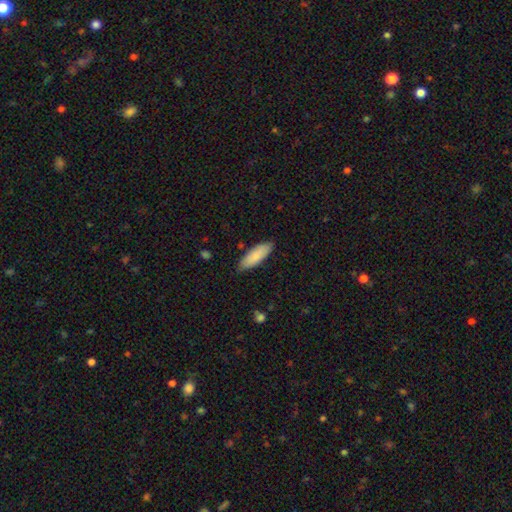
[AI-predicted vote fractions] smooth_or_featured: smooth (p=0.86) [alt: featured or disk p=0.09]
how_rounded: in between (p=0.61) [alt: cigar-shaped p=0.37]
merging: none (p=0.81) [alt: minor disturbance p=0.16]